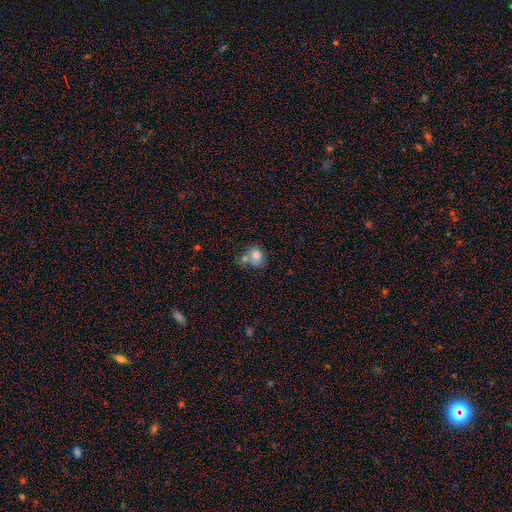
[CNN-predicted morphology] Smooth or featured?
  - smooth: 78% *
  - featured or disk: 12%
  - star or artifact: 10%
How rounded?
  - round: 54% *
  - in between: 45%
  - cigar-shaped: 1%
Merging?
  - none: 38% *
  - merger: 34%
  - minor disturbance: 18%
  - major disturbance: 9%